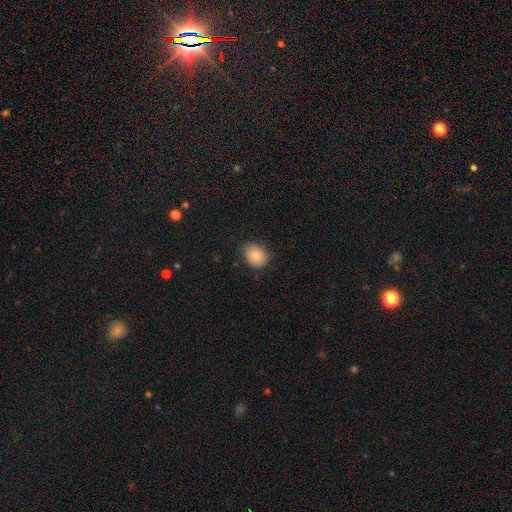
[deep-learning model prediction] Smooth or featured? Predicted: smooth (p=0.85). How rounded? Predicted: in between (p=0.50). Merging? Predicted: none (p=0.78).